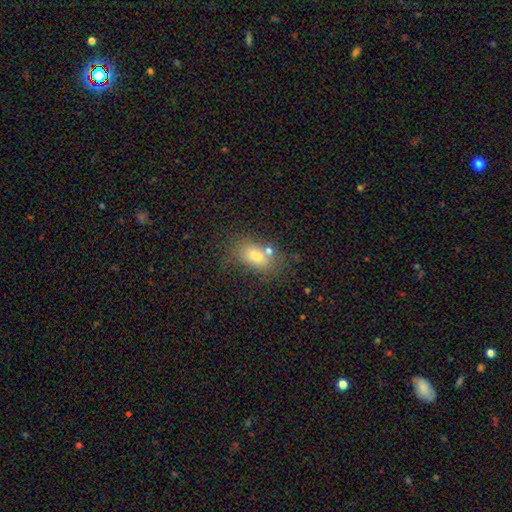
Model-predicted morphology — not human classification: A smooth galaxy with no disk features (74%) that is in between round and cigar-shaped (80%). Merging: none (54%).